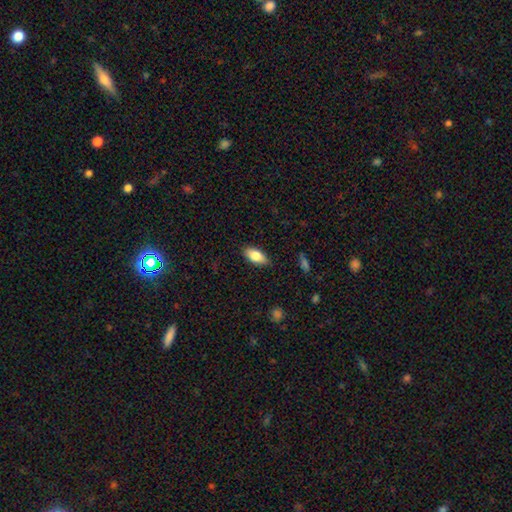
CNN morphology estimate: Q: Smooth or featured?
A: smooth (81%); runner-up: featured or disk (12%)
Q: How rounded?
A: in between (88%); runner-up: cigar-shaped (9%)
Q: Merging?
A: none (84%); runner-up: minor disturbance (13%)